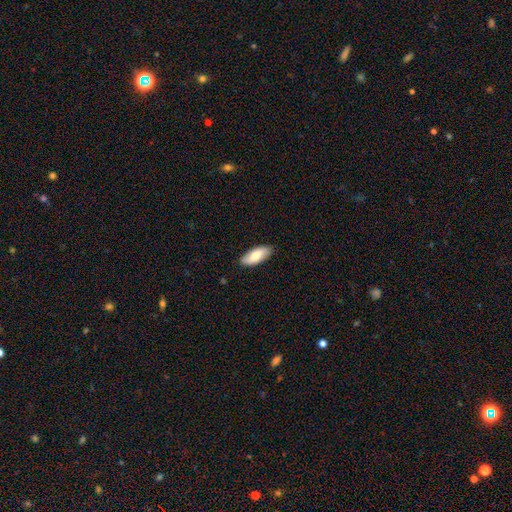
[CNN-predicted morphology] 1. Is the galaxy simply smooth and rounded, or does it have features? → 79% smooth, 15% featured or disk, 6% star or artifact.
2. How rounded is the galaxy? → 81% in between, 17% cigar-shaped, 2% round.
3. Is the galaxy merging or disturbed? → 86% none, 11% minor disturbance, 2% major disturbance, 1% merger.